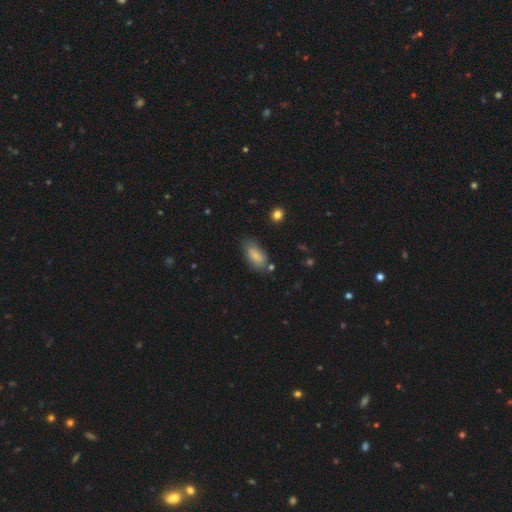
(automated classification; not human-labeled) smooth_or_featured: smooth (p=0.80) [alt: featured or disk p=0.13]
how_rounded: in between (p=0.89) [alt: cigar-shaped p=0.07]
merging: none (p=0.68) [alt: minor disturbance p=0.21]